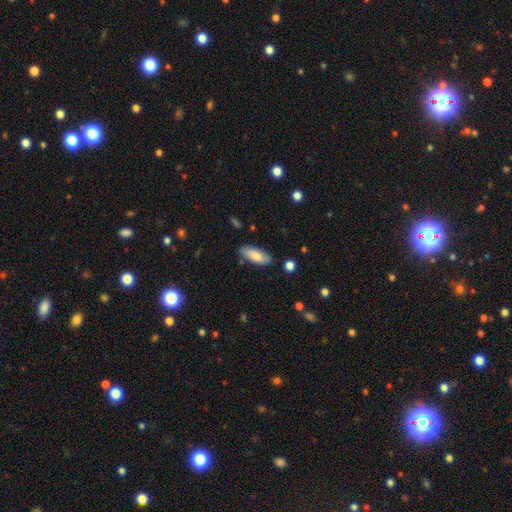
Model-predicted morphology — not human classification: Smooth or featured? Predicted: smooth (p=0.83). How rounded? Predicted: in between (p=0.75). Merging? Predicted: none (p=0.83).